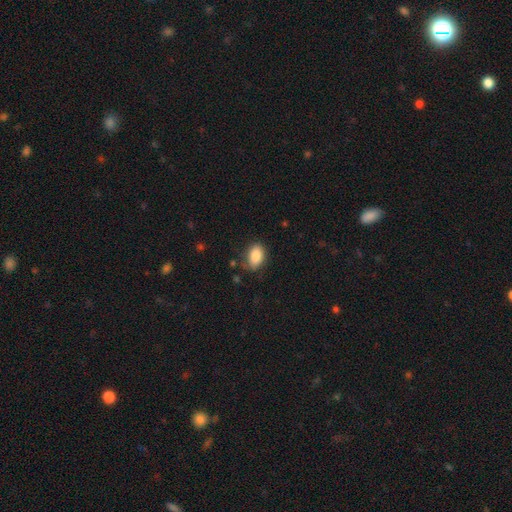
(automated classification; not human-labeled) This is clearly a smooth galaxy (87%). How rounded: clearly in between (88%). Merging: likely none (78%).